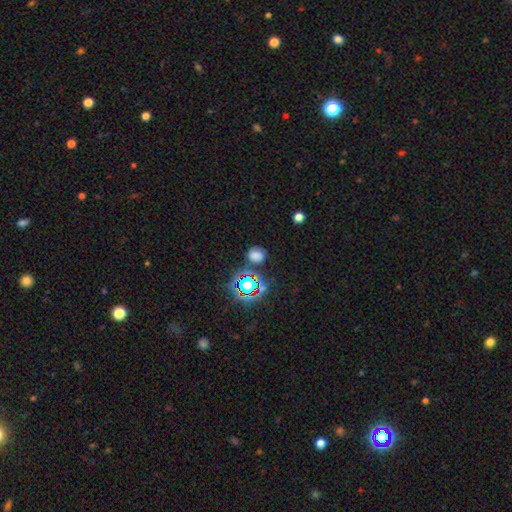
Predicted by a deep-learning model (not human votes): Smooth or featured: smooth — 63% (star or artifact — 28%)
How rounded: round — 69% (in between — 30%)
Merging: none — 73% (minor disturbance — 16%)